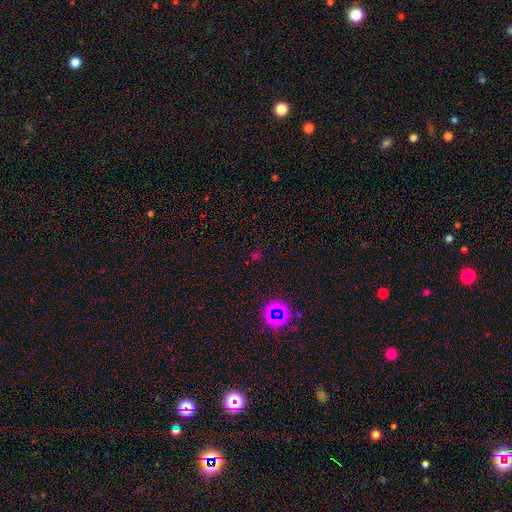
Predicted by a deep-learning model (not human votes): Q: Smooth or featured?
A: star or artifact (61%); runner-up: smooth (31%)